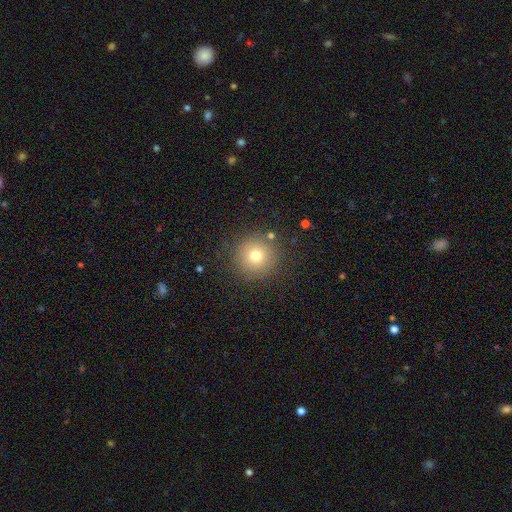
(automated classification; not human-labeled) Smooth or featured?
  - smooth: 74% *
  - star or artifact: 15%
  - featured or disk: 12%
How rounded?
  - round: 95% *
  - in between: 4%
  - cigar-shaped: 1%
Merging?
  - none: 87% *
  - minor disturbance: 8%
  - major disturbance: 3%
  - merger: 2%